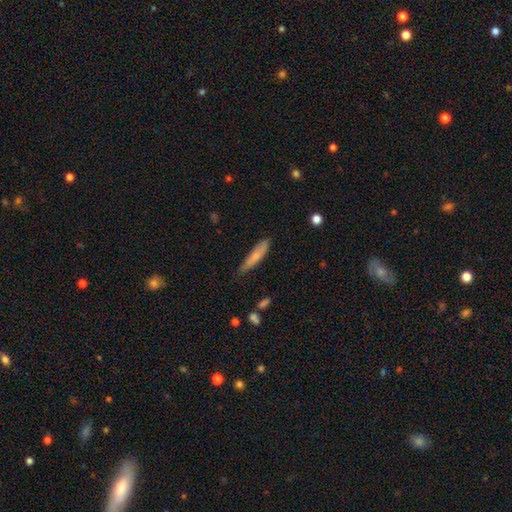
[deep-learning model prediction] A smooth galaxy with no disk features (73%) that is cigar-shaped (84%). Merging: none (73%).